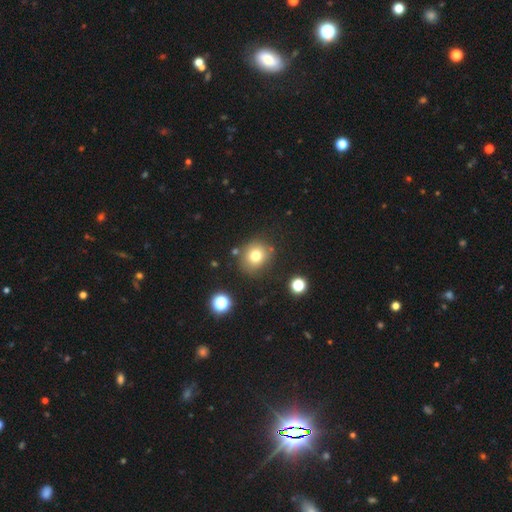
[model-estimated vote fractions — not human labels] This appears to be a smooth galaxy with no disk features (75%) that is round (82%). Merging: none (81%).